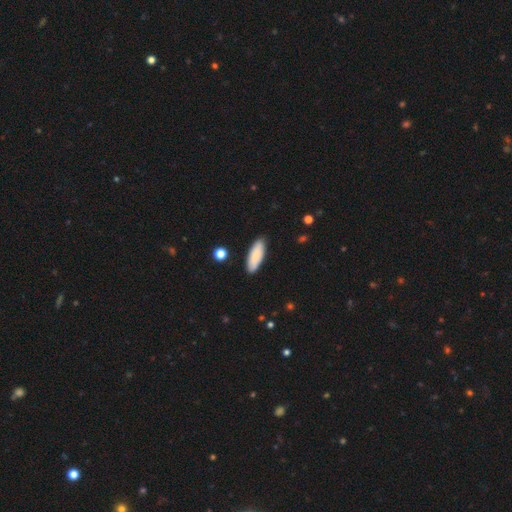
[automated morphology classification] The model was most divided on "how rounded": in between: 64%, cigar-shaped: 34%, round: 2%. More confident: merging — none (88%); smooth or featured — smooth (85%).